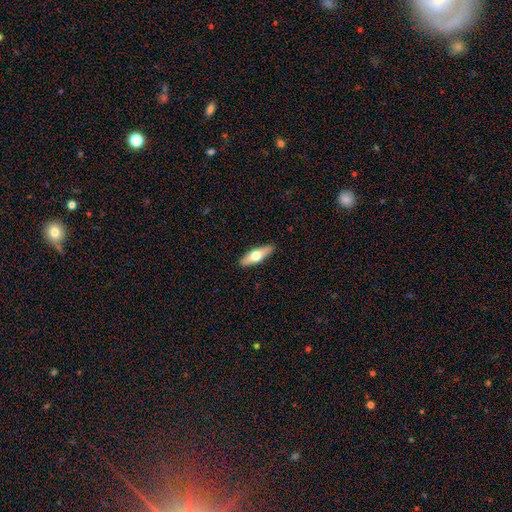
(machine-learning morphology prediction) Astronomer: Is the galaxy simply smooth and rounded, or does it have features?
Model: smooth — 53% (runner-up: featured or disk, 42%).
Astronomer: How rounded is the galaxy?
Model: cigar-shaped — 49%, tied with in between at 49%.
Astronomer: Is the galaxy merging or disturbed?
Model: none — 90%.